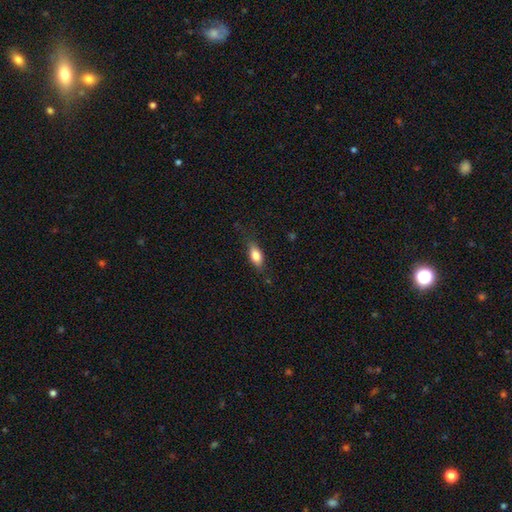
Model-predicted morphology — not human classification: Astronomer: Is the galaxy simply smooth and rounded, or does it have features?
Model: smooth — 74%.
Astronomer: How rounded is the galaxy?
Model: in between — 77%.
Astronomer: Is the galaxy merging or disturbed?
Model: none — 75%.